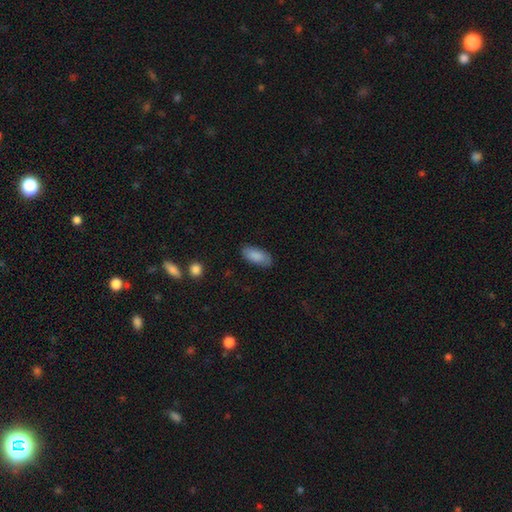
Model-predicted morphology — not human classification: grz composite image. It shows a smooth galaxy with no disk features (87%) that is in between round and cigar-shaped (89%). Merging: none (83%).